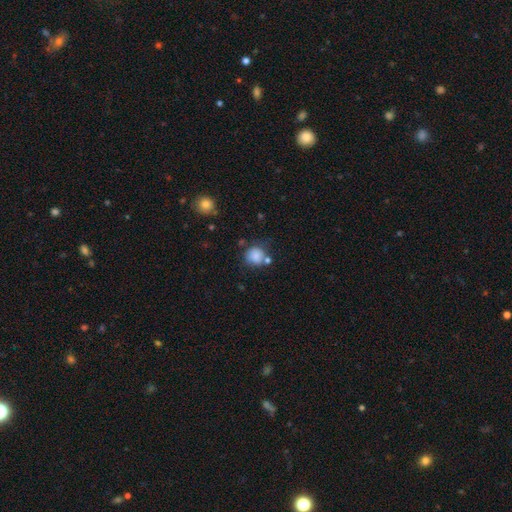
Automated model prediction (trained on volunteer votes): Smooth or featured: smooth — 82% (star or artifact — 10%)
How rounded: round — 78% (in between — 21%)
Merging: none — 57% (minor disturbance — 20%)